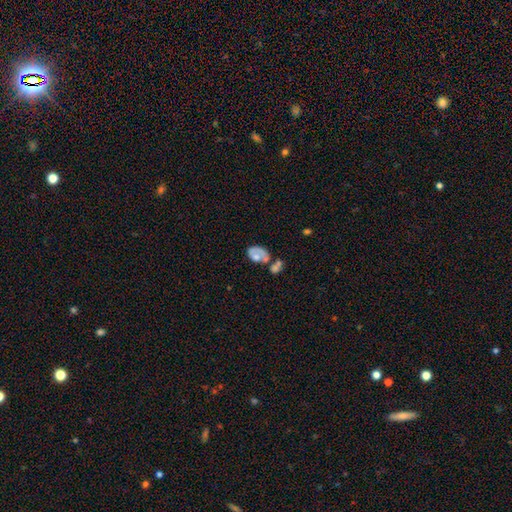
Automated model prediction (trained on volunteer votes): Morphology: type=smooth (50%); roundness=in between (87%); merging=merger (41%).